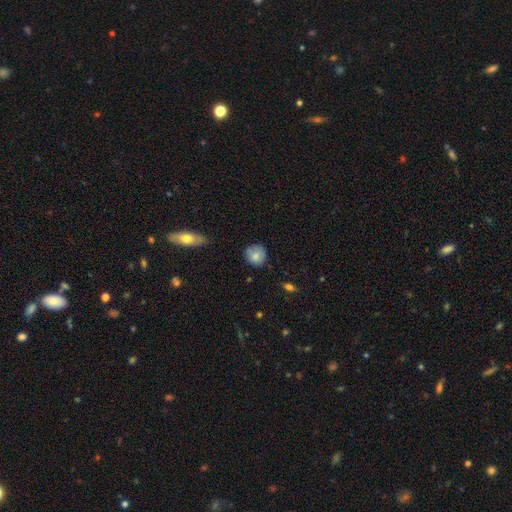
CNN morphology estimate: A smooth galaxy with no disk features (77%) that is round (87%).

Vote fractions:
- Smooth or featured? smooth: 77% / featured or disk: 15% / star or artifact: 8%
- How rounded? round: 87% / in between: 12% / cigar-shaped: 1%
- Merging? none: 71% / minor disturbance: 23% / major disturbance: 4% / merger: 2%